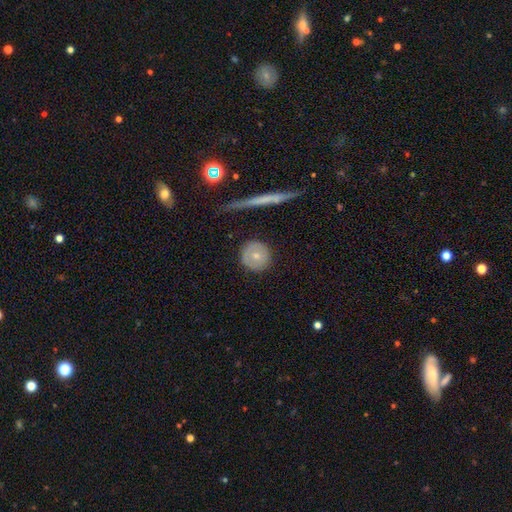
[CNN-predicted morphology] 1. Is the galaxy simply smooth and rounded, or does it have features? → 68% smooth, 25% featured or disk, 7% star or artifact.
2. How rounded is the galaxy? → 92% round, 6% in between, 1% cigar-shaped.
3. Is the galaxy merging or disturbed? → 86% none, 9% minor disturbance, 3% major disturbance, 2% merger.